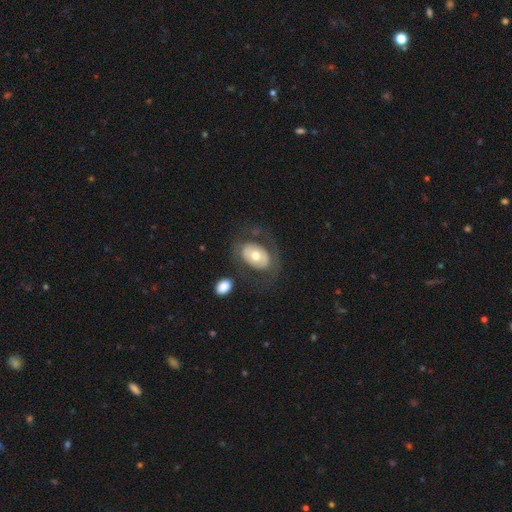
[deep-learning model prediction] The model was most divided on "smooth or featured": smooth: 48%, featured or disk: 46%, star or artifact: 6%. More confident: merging — none (63%).